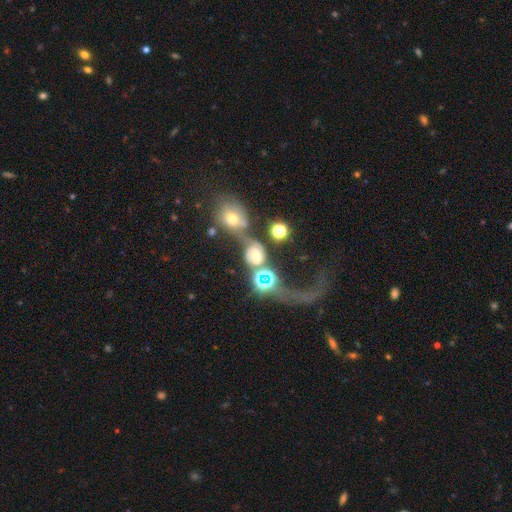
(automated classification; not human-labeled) This is possibly a featured or disk galaxy (46%). Merging: possibly merger (51%).